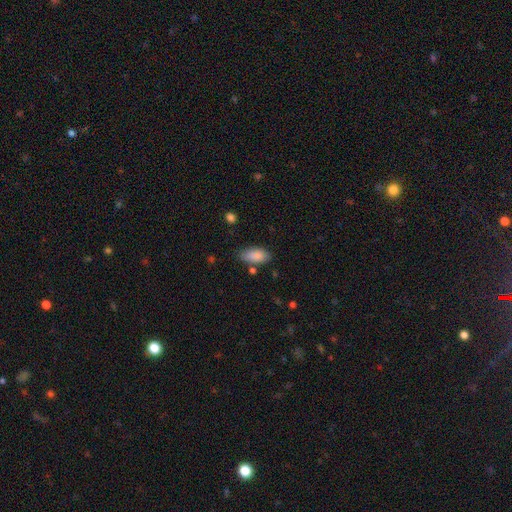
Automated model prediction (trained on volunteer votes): Overall: smooth (87%). How rounded: in between (90%). Merging: none (72%).